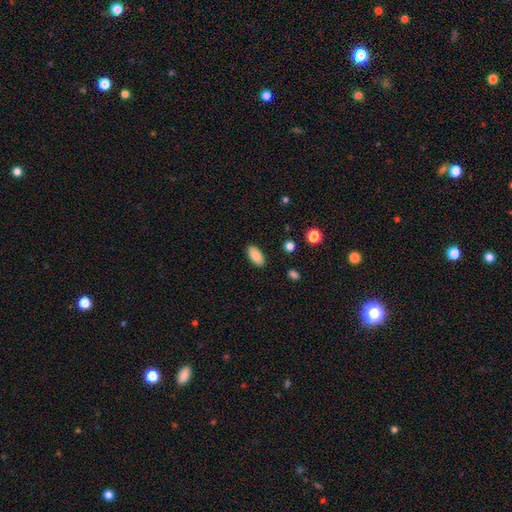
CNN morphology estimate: Smooth or featured? Predicted: smooth (p=0.86). How rounded? Predicted: in between (p=0.91). Merging? Predicted: none (p=0.88).